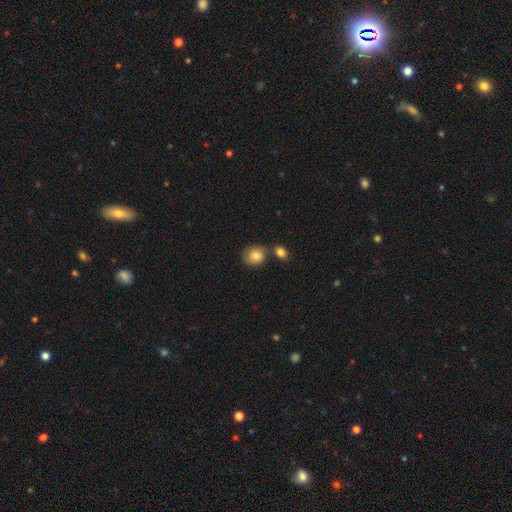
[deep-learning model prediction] Smooth or featured? smooth (80%)
How rounded? round (74%)
Merging? none (60%)